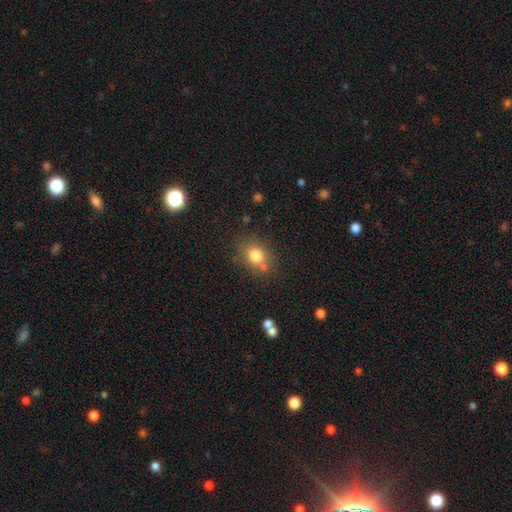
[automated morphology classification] Q: Smooth or featured?
A: smooth (79%); runner-up: star or artifact (11%)
Q: How rounded?
A: in between (51%); runner-up: round (48%)
Q: Merging?
A: none (67%); runner-up: minor disturbance (16%)